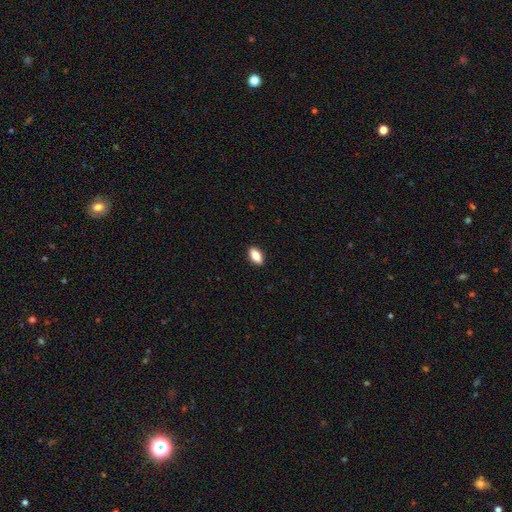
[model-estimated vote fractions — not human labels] Smooth or featured? Predicted: smooth (p=0.82). How rounded? Predicted: in between (p=0.89). Merging? Predicted: none (p=0.90).